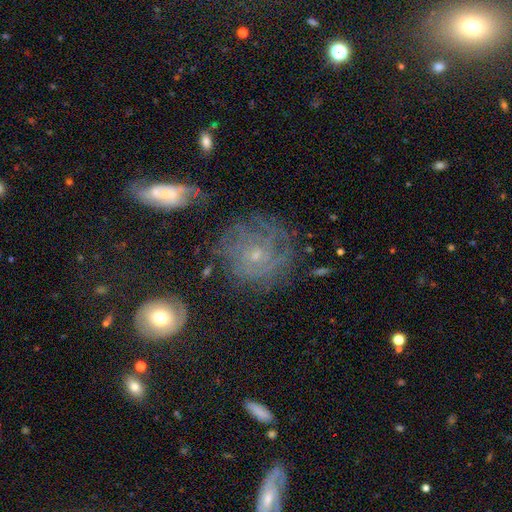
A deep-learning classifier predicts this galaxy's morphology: featured or disk 66%, smooth 21%, star or artifact 13%. Down the decision tree: edge-on disk — no (96%); bar — no (78%); spiral arms — yes (81%); spiral arm count — can't tell (55%); spiral winding — tight (66%); bulge size — small (72%); merging — none (66%).